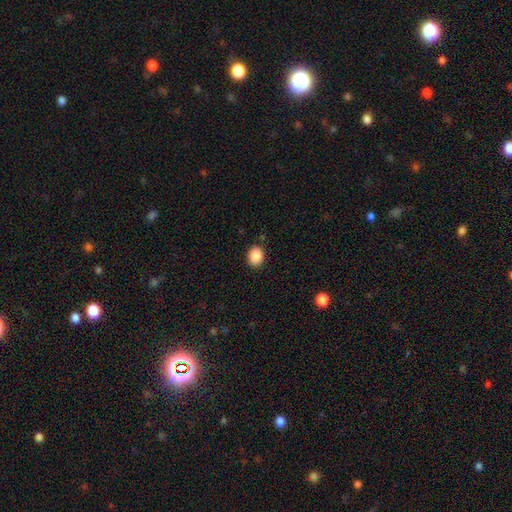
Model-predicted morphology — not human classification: Smooth or featured?
  - smooth: 89% *
  - star or artifact: 8%
  - featured or disk: 3%
How rounded?
  - in between: 52% *
  - round: 47%
  - cigar-shaped: 1%
Merging?
  - none: 88% *
  - minor disturbance: 8%
  - major disturbance: 2%
  - merger: 1%